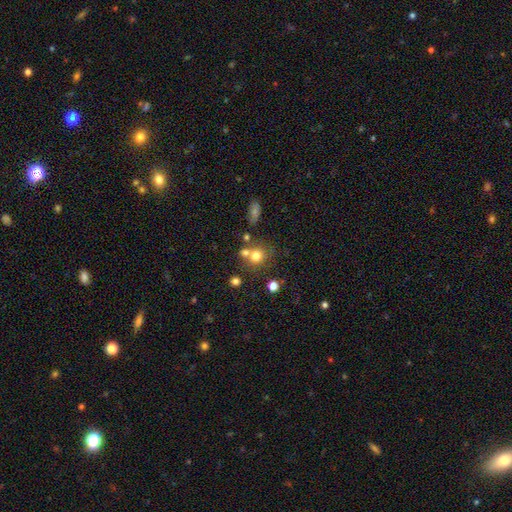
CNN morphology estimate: smooth_or_featured: smooth (p=0.73) [alt: star or artifact p=0.14]
how_rounded: round (p=0.80) [alt: in between p=0.19]
merging: none (p=0.53) [alt: merger p=0.32]